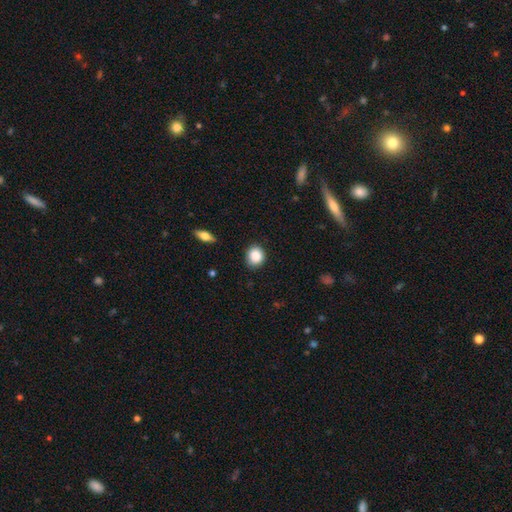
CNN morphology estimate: This appears to be a smooth galaxy with no disk features (87%) that is round (75%). Merging: none (84%).